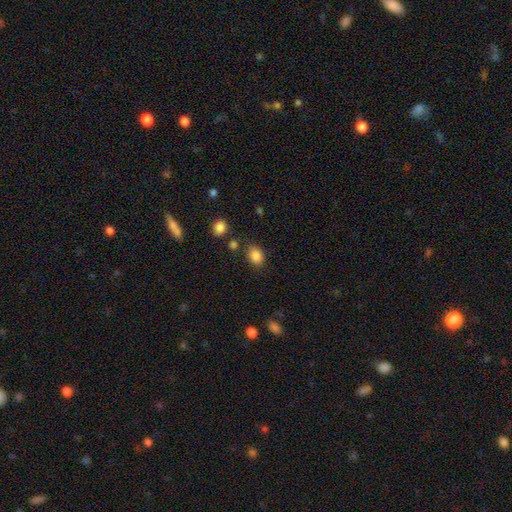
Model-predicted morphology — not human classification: Smooth or featured?
  - smooth: 86% *
  - star or artifact: 10%
  - featured or disk: 4%
How rounded?
  - in between: 70% *
  - round: 29%
  - cigar-shaped: 1%
Merging?
  - none: 79% *
  - minor disturbance: 12%
  - merger: 5%
  - major disturbance: 4%